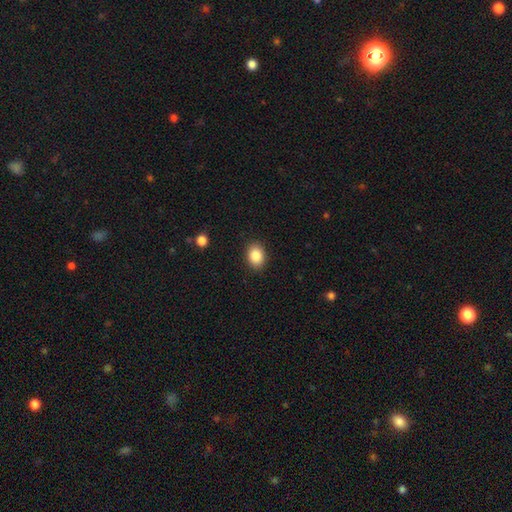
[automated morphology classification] smooth_or_featured: smooth (p=0.86) [alt: star or artifact p=0.09]
how_rounded: in between (p=0.66) [alt: round p=0.33]
merging: none (p=0.89) [alt: minor disturbance p=0.08]